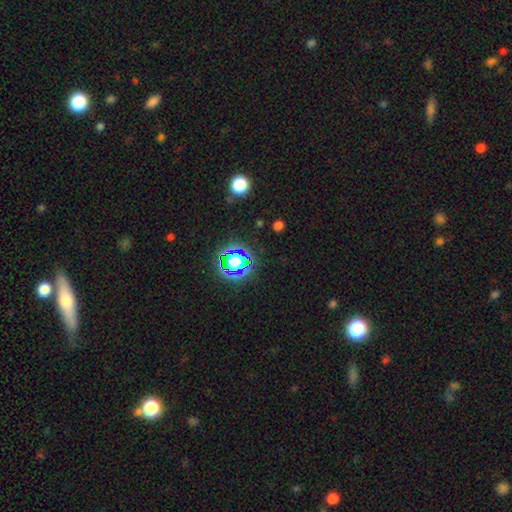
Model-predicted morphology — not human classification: Q: Smooth or featured?
A: star or artifact (70%); runner-up: smooth (19%)